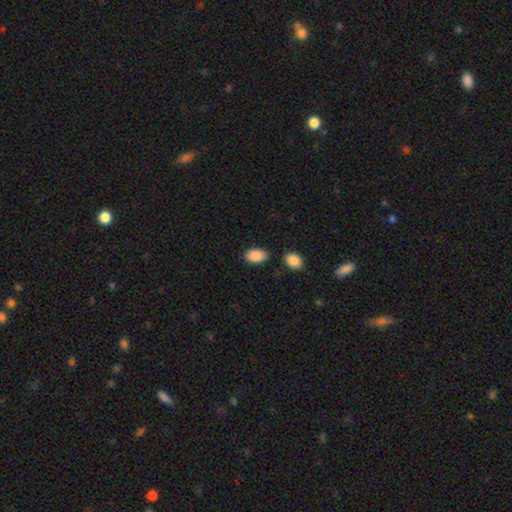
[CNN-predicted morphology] Q: Smooth or featured?
A: smooth (89%); runner-up: star or artifact (7%)
Q: How rounded?
A: in between (91%); runner-up: round (8%)
Q: Merging?
A: none (74%); runner-up: minor disturbance (16%)